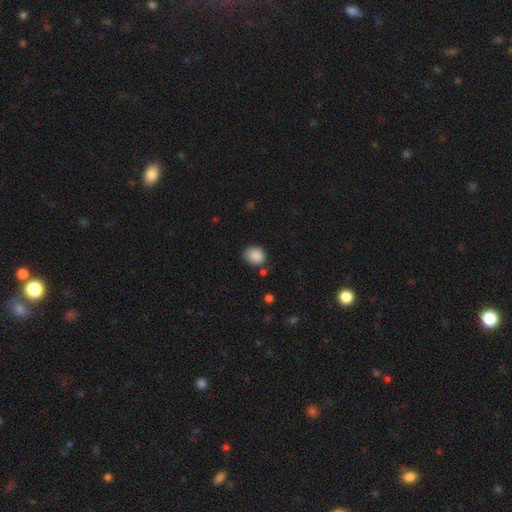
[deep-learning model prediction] A smooth galaxy with no disk features (88%) that is round (71%).

Vote fractions:
- Smooth or featured? smooth: 88% / star or artifact: 8% / featured or disk: 3%
- How rounded? round: 71% / in between: 28% / cigar-shaped: 1%
- Merging? none: 74% / minor disturbance: 17% / merger: 5% / major disturbance: 4%